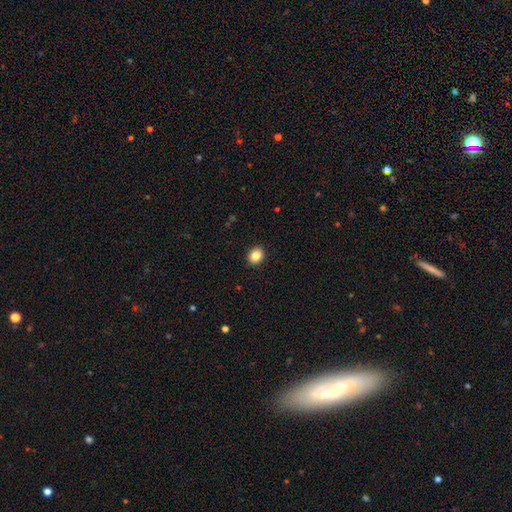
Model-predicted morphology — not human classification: Overall: smooth (85%). How rounded: round (59%; in between 40%). Merging: none (91%).